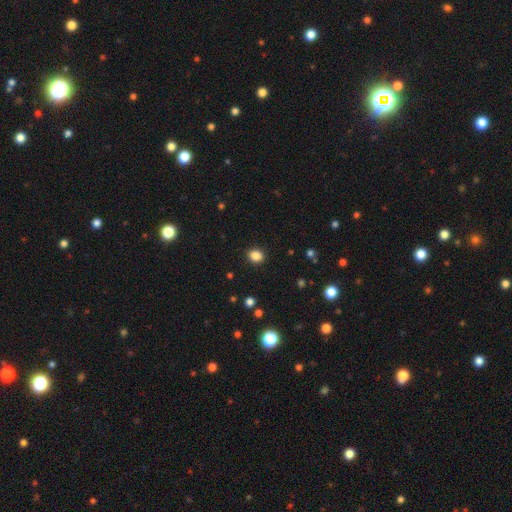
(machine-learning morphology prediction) smooth-or-featured: smooth: 85% | star or artifact: 11% | featured or disk: 4%
  how-rounded: round: 58% | in between: 41% | cigar-shaped: 1%
  merging: none: 90% | minor disturbance: 7% | major disturbance: 2% | merger: 1%